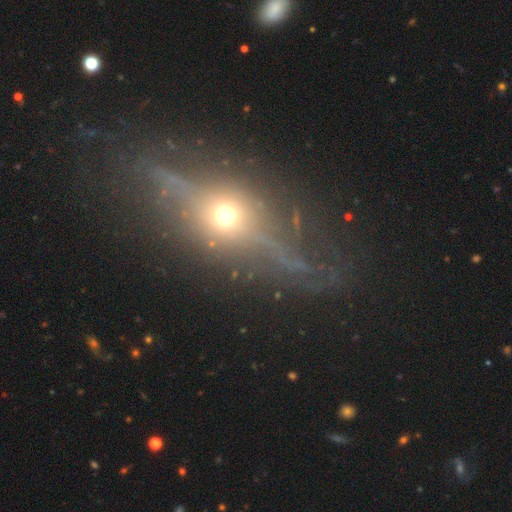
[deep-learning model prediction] This appears to be a featured or disk galaxy (74%) viewed edge-on (77%) with a rounded central bulge (94%). Merging: none (74%).